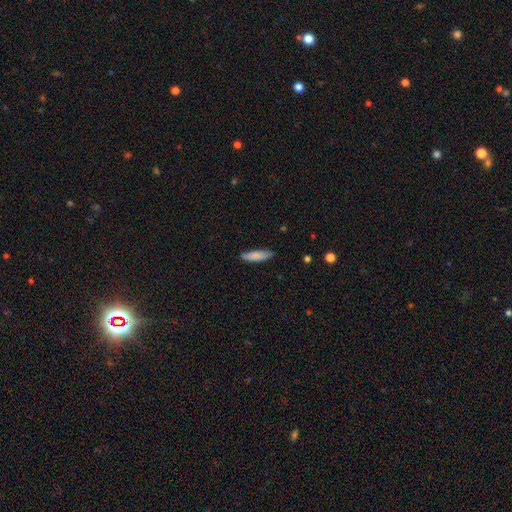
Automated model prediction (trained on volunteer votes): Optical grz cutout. It shows a smooth galaxy with no disk features (84%) that is cigar-shaped (73%). Merging: none (81%).